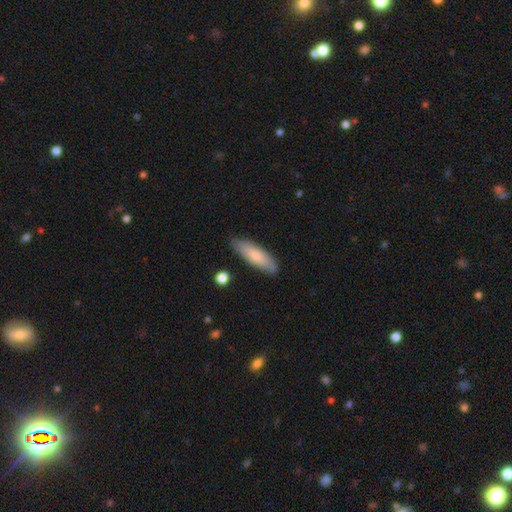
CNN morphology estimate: This is likely a smooth galaxy (73%). How rounded: possibly cigar-shaped (49%, tied with in between). Merging: clearly none (82%).